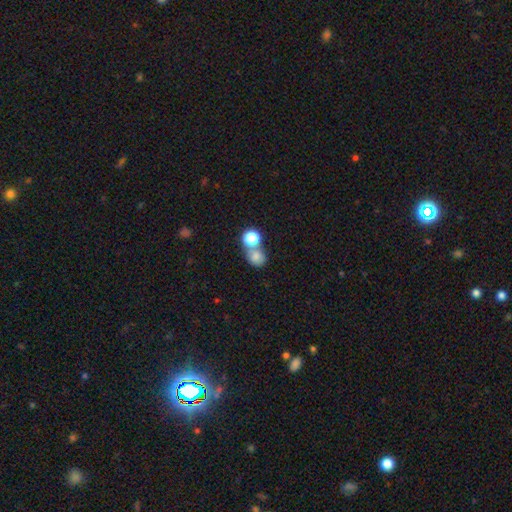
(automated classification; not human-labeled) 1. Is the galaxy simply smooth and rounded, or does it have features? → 79% smooth, 11% star or artifact, 10% featured or disk.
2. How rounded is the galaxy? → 72% round, 27% in between, 1% cigar-shaped.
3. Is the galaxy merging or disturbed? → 55% merger, 33% none, 8% minor disturbance, 4% major disturbance.